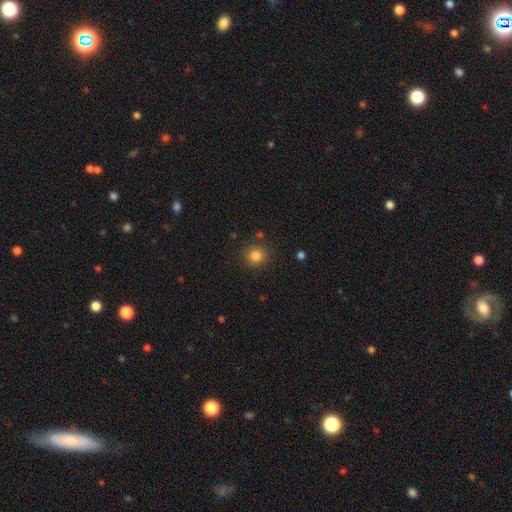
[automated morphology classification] This appears to be a smooth galaxy with no disk features (83%) that is round (91%). Merging: none (88%).